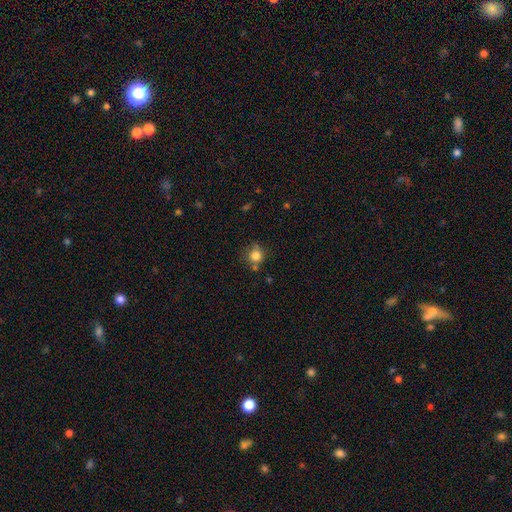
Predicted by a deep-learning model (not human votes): smooth 81%, star or artifact 12%, featured or disk 7%. Down the decision tree: how rounded — round (90%); merging — none (67%).